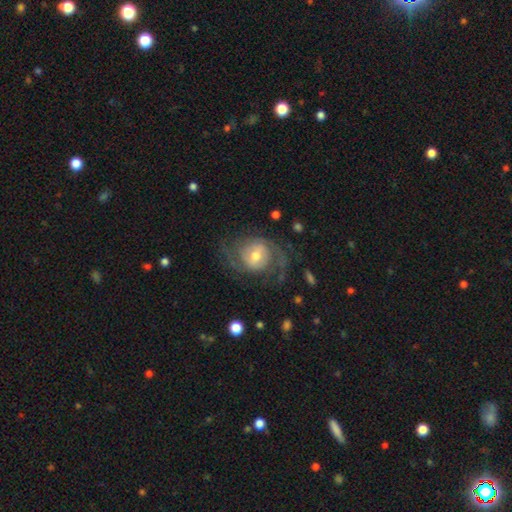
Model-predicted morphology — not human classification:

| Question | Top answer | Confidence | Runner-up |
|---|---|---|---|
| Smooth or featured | featured or disk | 77% | smooth (17%) |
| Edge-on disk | no | 97% | yes (3%) |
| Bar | weak | 45% | no (43%) |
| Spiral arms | yes | 91% | no (9%) |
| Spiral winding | medium | 45% | loose (30%) |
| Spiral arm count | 2 | 72% | can't tell (12%) |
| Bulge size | moderate | 65% | small (24%) |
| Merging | none | 61% | major disturbance (20%) |